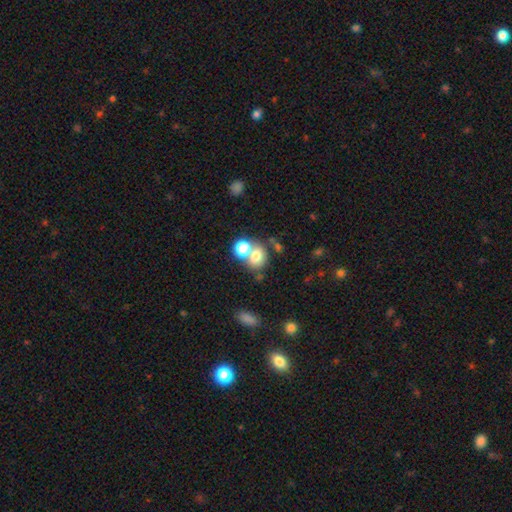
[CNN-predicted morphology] smooth 72%, star or artifact 14%, featured or disk 14%. Down the decision tree: how rounded — round (57%); merging — none (44%).